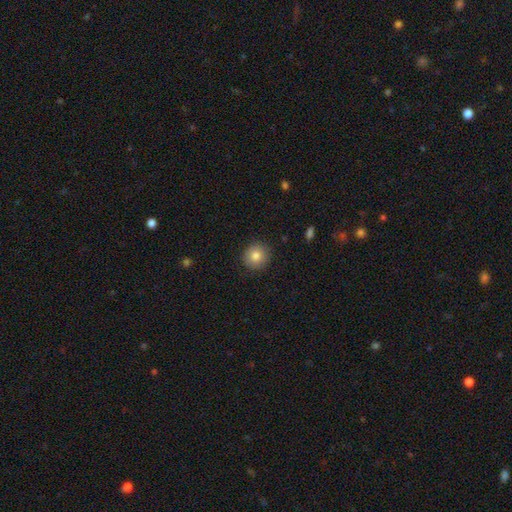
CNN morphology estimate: Q: Smooth or featured?
A: smooth (81%); runner-up: star or artifact (9%)
Q: How rounded?
A: round (91%); runner-up: in between (8%)
Q: Merging?
A: none (90%); runner-up: minor disturbance (7%)